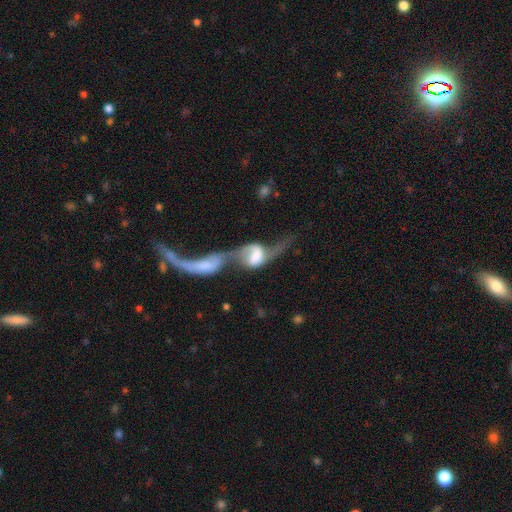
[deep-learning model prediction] This appears to be a featured or disk galaxy (69%) with a weak bar (37%), 2 (81%) loose (80%) spiral arms (81%) and a large central bulge (34%). Merging: merger (75%).